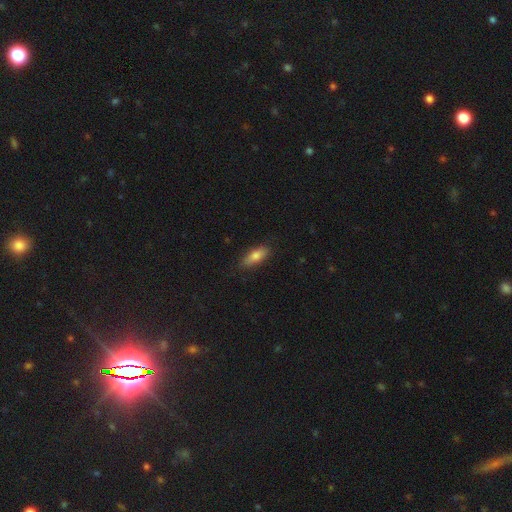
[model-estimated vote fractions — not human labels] The model was most divided on "how rounded": in between: 68%, cigar-shaped: 29%, round: 3%. More confident: merging — none (84%); smooth or featured — smooth (77%).